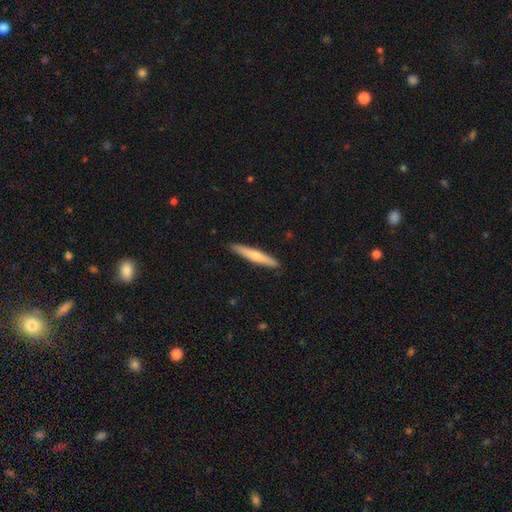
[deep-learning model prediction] The model was most divided on "smooth or featured": smooth: 52%, featured or disk: 43%, star or artifact: 5%. More confident: how rounded — cigar-shaped (93%); merging — none (91%).